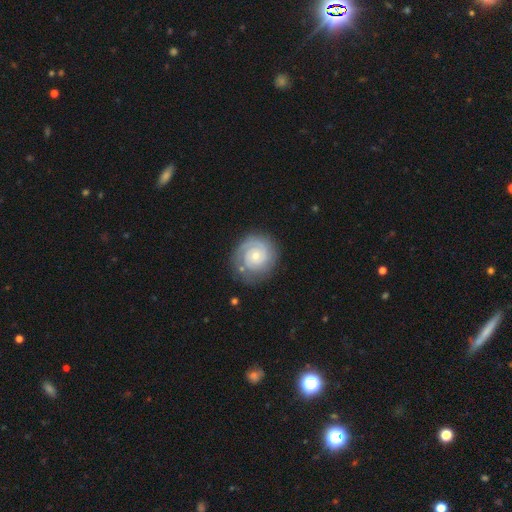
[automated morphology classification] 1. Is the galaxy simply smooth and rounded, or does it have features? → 84% featured or disk, 11% smooth, 5% star or artifact.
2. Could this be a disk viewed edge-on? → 98% no, 2% yes.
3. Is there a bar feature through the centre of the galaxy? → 76% no, 21% weak, 4% strong.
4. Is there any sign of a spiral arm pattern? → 97% yes, 3% no.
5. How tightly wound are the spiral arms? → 78% tight, 18% medium, 4% loose.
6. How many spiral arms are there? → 46% 2, 19% 3, 17% can't tell, 10% 1, 5% 4, 4% more than 4.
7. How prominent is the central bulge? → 64% small, 32% moderate, 2% large, 1% none, 1% dominant.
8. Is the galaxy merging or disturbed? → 78% none, 14% minor disturbance, 5% major disturbance, 2% merger.